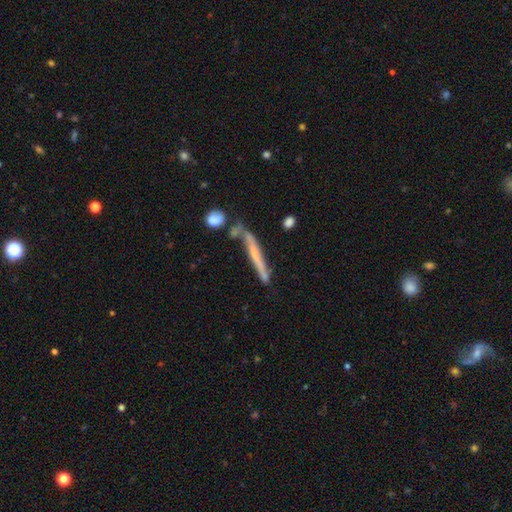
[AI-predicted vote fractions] smooth_or_featured: featured or disk (p=0.53) [alt: smooth p=0.39]
disk_edge_on: yes (p=0.90) [alt: no p=0.10]
merging: none (p=0.63) [alt: minor disturbance p=0.17]